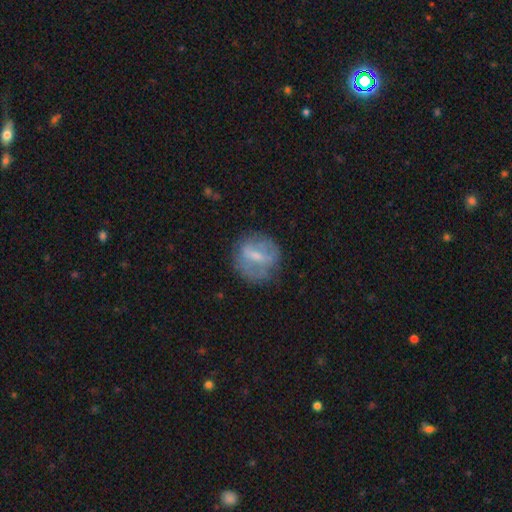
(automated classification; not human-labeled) This appears to be a featured or disk galaxy (49%). Merging: none (66%).